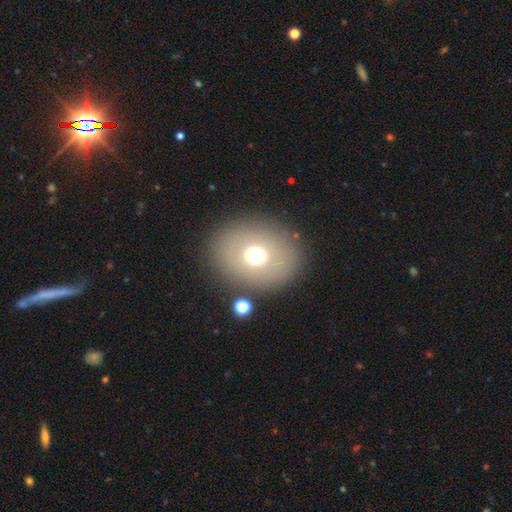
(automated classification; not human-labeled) A smooth galaxy with no disk features (66%) that is round (52%). Merging: none (83%).